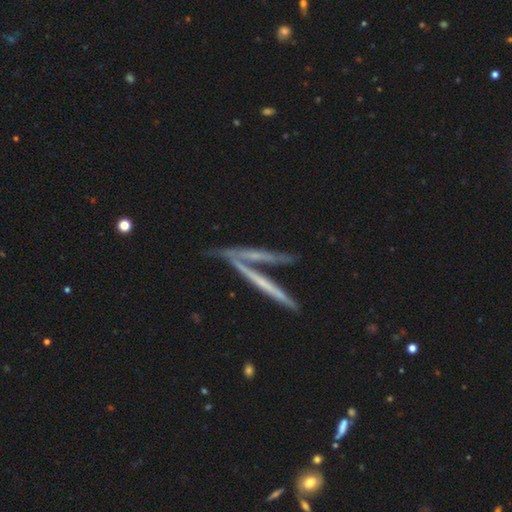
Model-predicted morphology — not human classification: Smooth or featured? featured or disk (63%)
Edge-on disk? yes (77%)
Merging? none (43%)